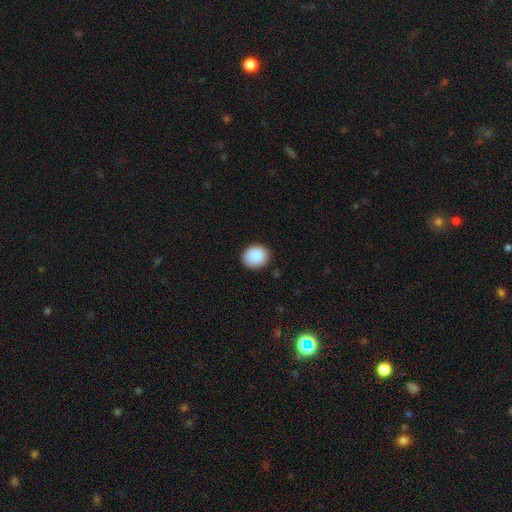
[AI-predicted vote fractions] A smooth galaxy with no disk features (89%) that is round (76%). Merging: none (86%).